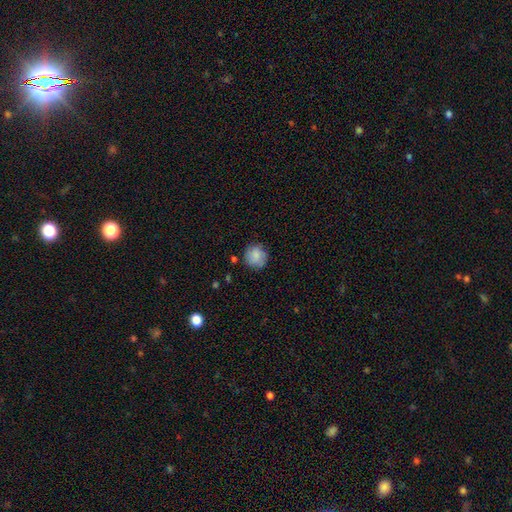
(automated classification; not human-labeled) Overall: smooth (80%). How rounded: round (89%). Merging: none (78%).